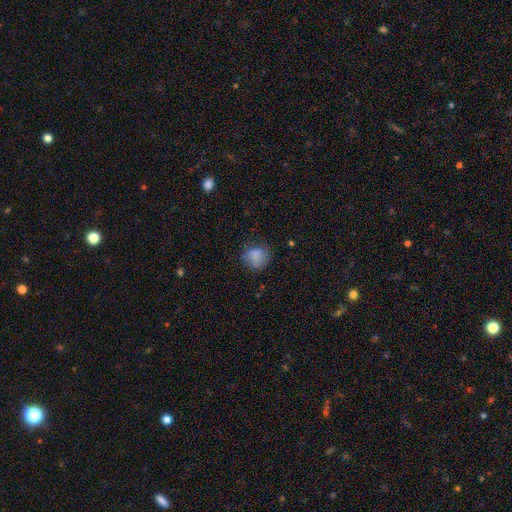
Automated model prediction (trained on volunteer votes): Smooth or featured? Predicted: smooth (p=0.79). How rounded? Predicted: round (p=0.75). Merging? Predicted: none (p=0.65).